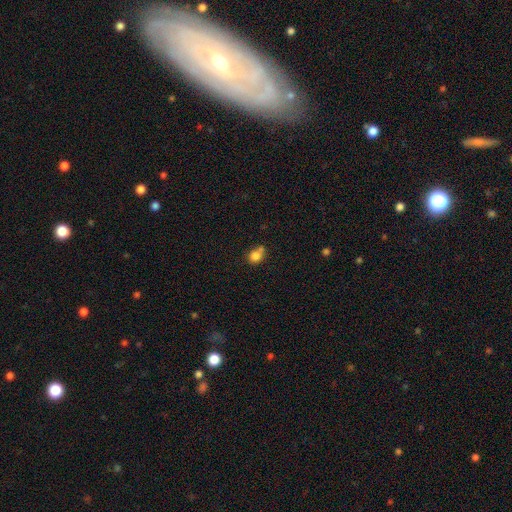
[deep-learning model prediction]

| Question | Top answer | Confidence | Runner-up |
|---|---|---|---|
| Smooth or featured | smooth | 81% | star or artifact (11%) |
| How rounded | round | 61% | in between (37%) |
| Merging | none | 49% | merger (24%) |